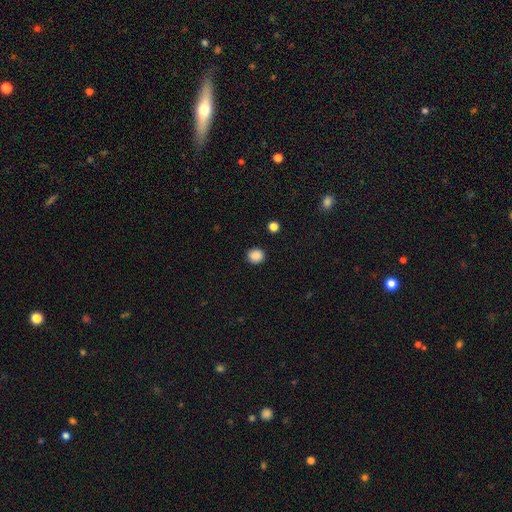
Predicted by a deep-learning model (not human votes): Smooth or featured?
  - smooth: 88% *
  - star or artifact: 9%
  - featured or disk: 3%
How rounded?
  - round: 84% *
  - in between: 15%
  - cigar-shaped: 1%
Merging?
  - none: 90% *
  - minor disturbance: 7%
  - major disturbance: 2%
  - merger: 1%